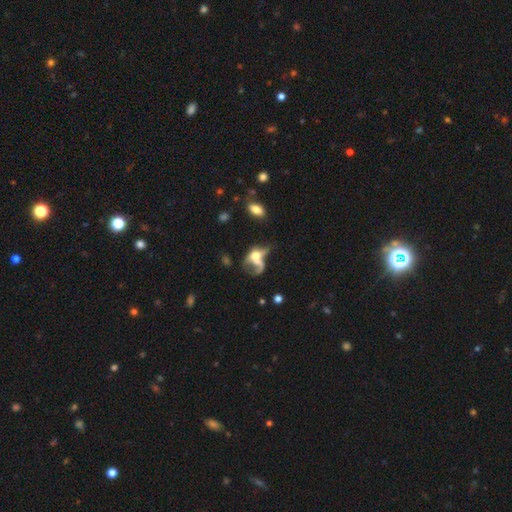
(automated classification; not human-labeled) A featured or disk galaxy (46%).

Vote fractions:
- Smooth or featured? featured or disk: 46% / smooth: 40% / star or artifact: 13%
- Merging? merger: 41% / major disturbance: 34% / none: 16% / minor disturbance: 10%